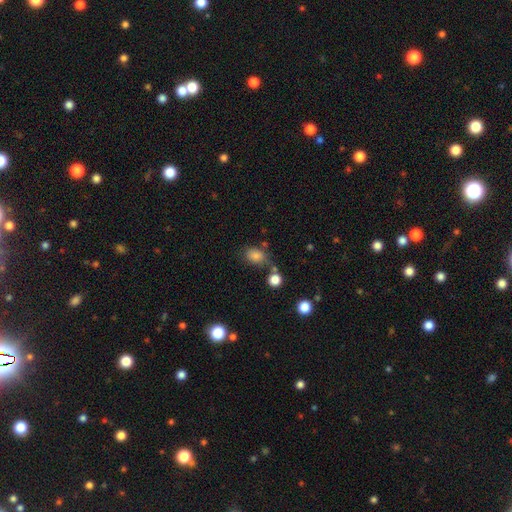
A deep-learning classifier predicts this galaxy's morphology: This appears to be a smooth galaxy with no disk features (82%) that is in between round and cigar-shaped (69%). Merging: none (65%).